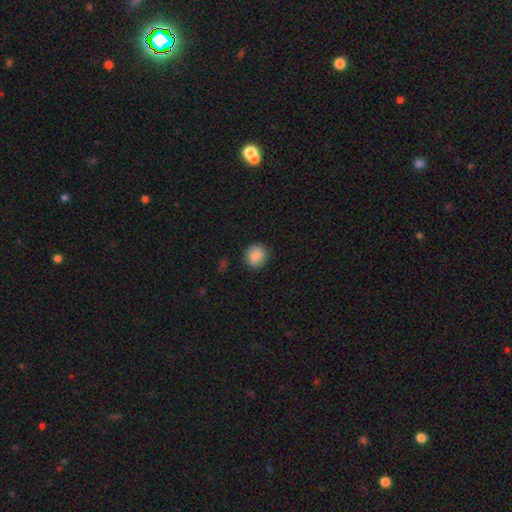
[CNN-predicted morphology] This is clearly a smooth galaxy (88%). How rounded: clearly round (84%). Merging: clearly none (87%).